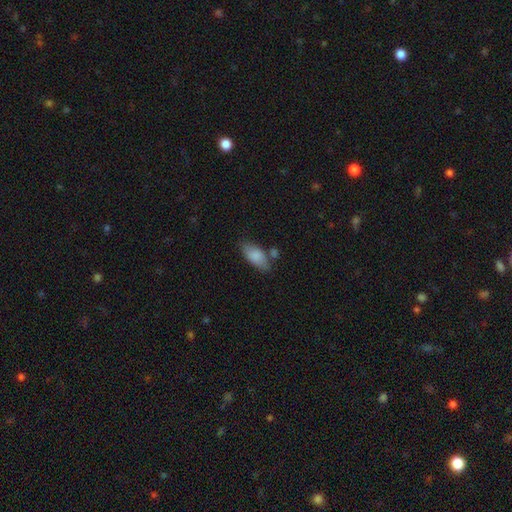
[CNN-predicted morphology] smooth-or-featured: smooth: 83% | featured or disk: 11% | star or artifact: 7%
  how-rounded: in between: 87% | cigar-shaped: 10% | round: 3%
  merging: none: 60% | minor disturbance: 21% | merger: 13% | major disturbance: 6%